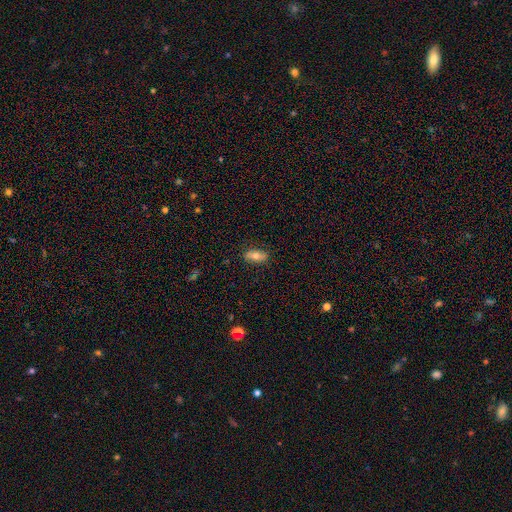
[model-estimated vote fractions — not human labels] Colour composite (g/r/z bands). It shows a smooth galaxy with no disk features (68%) that is in between round and cigar-shaped (81%). Merging: none (85%).